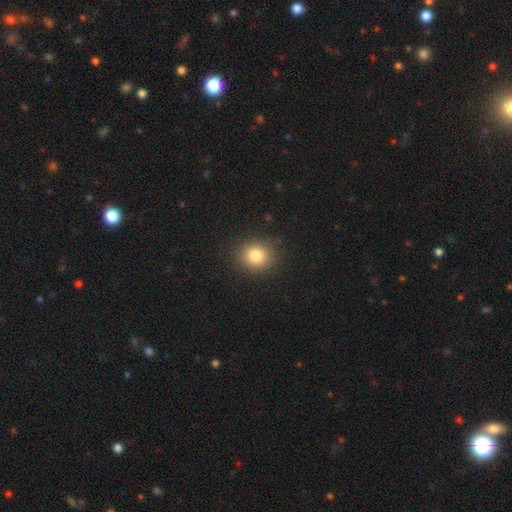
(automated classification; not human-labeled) Smooth or featured? smooth (81%)
How rounded? round (76%)
Merging? none (88%)